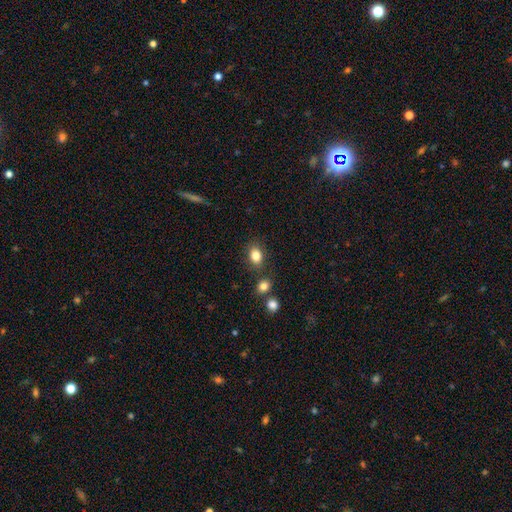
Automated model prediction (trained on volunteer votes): A smooth galaxy with no disk features (83%) that is in between round and cigar-shaped (66%).

Vote fractions:
- Smooth or featured? smooth: 83% / star or artifact: 10% / featured or disk: 7%
- How rounded? in between: 66% / round: 32% / cigar-shaped: 1%
- Merging? none: 79% / minor disturbance: 12% / merger: 6% / major disturbance: 3%